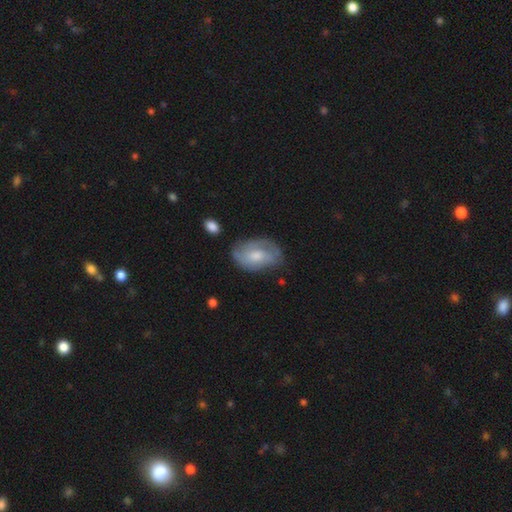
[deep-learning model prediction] A featured or disk galaxy (53%) with no bar (66%), spiral arms (76%) and a moderate central bulge (57%).

Vote fractions:
- Smooth or featured? featured or disk: 53% / smooth: 40% / star or artifact: 6%
- Edge-on disk? no: 96% / yes: 4%
- Bar? no: 66% / weak: 30% / strong: 4%
- Spiral arms? yes: 76% / no: 24%
- Bulge size? moderate: 57% / small: 28% / large: 9% / none: 5% / dominant: 1%
- Merging? none: 61% / minor disturbance: 27% / major disturbance: 10% / merger: 2%